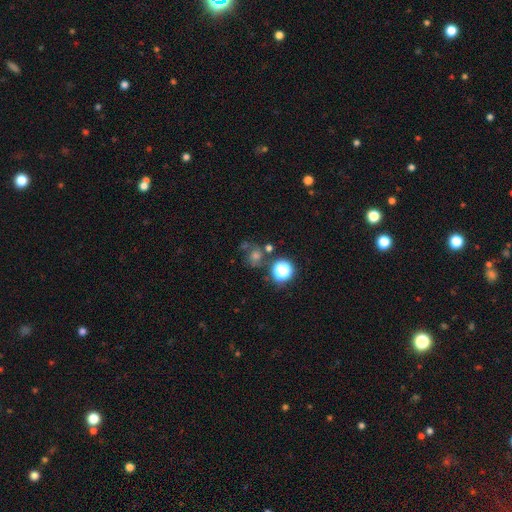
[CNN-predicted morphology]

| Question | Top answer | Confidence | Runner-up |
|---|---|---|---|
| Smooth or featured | star or artifact | 42% | smooth (41%) |